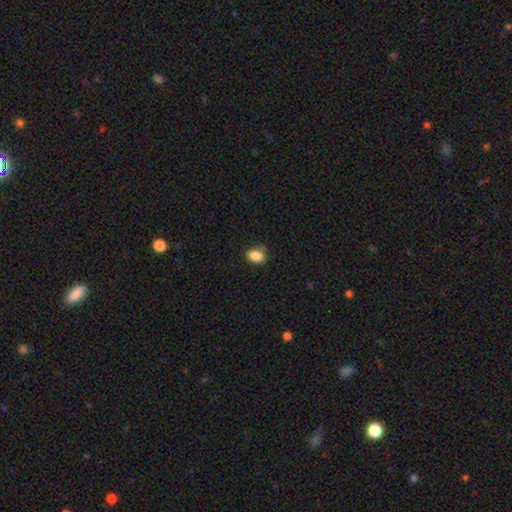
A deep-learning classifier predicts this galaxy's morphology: Q: Smooth or featured?
A: smooth (87%); runner-up: star or artifact (9%)
Q: How rounded?
A: in between (69%); runner-up: round (30%)
Q: Merging?
A: none (77%); runner-up: minor disturbance (18%)